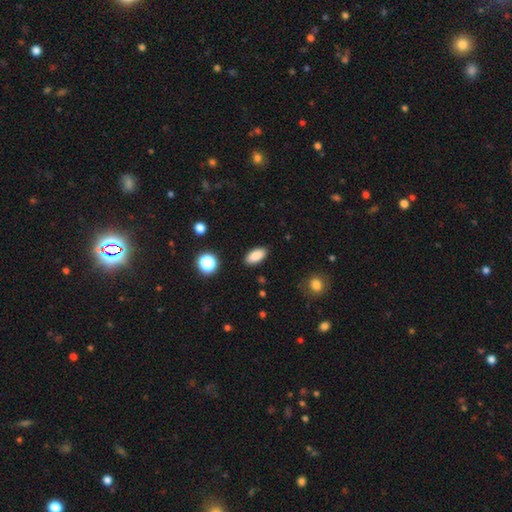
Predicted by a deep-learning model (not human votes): A smooth galaxy with no disk features (87%) that is in between round and cigar-shaped (90%).

Vote fractions:
- Smooth or featured? smooth: 87% / star or artifact: 9% / featured or disk: 5%
- How rounded? in between: 90% / cigar-shaped: 6% / round: 4%
- Merging? none: 89% / minor disturbance: 8% / major disturbance: 2% / merger: 1%